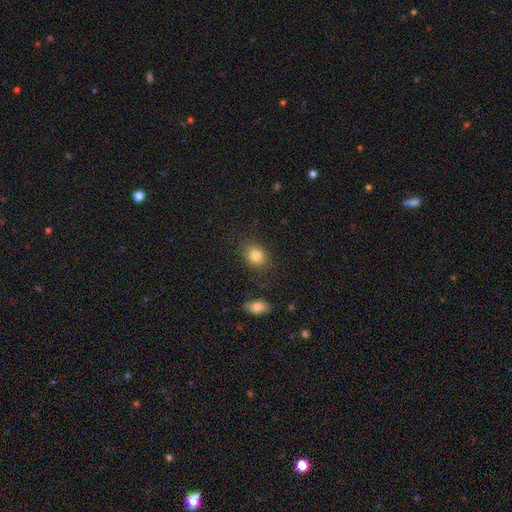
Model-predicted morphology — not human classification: A smooth galaxy with no disk features (82%) that is in between round and cigar-shaped (51%). Merging: none (81%).